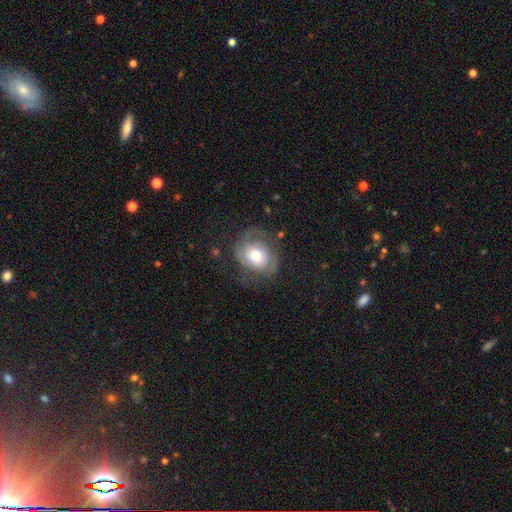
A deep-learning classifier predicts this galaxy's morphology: smooth_or_featured: featured or disk (p=0.55) [alt: smooth p=0.38]
disk_edge_on: no (p=0.97) [alt: yes p=0.03]
bar: no (p=0.72) [alt: weak p=0.22]
has_spiral_arms: yes (p=0.78) [alt: no p=0.22]
bulge_size: moderate (p=0.57) [alt: large p=0.30]
merging: none (p=0.59) [alt: minor disturbance p=0.23]